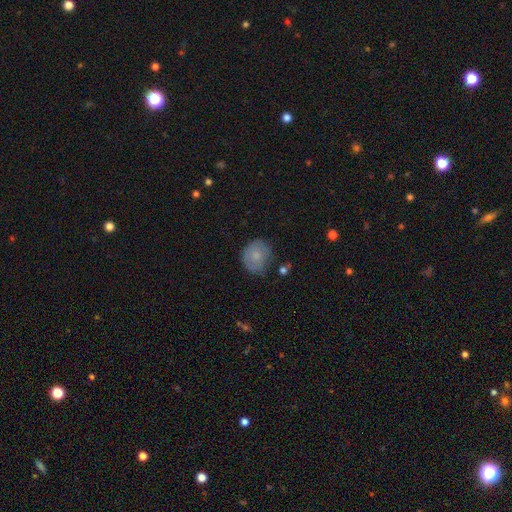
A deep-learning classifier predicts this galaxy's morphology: The model was most divided on "merging": none: 61%, minor disturbance: 27%, major disturbance: 9%, merger: 3%. More confident: smooth or featured — smooth (73%); how rounded — round (70%).